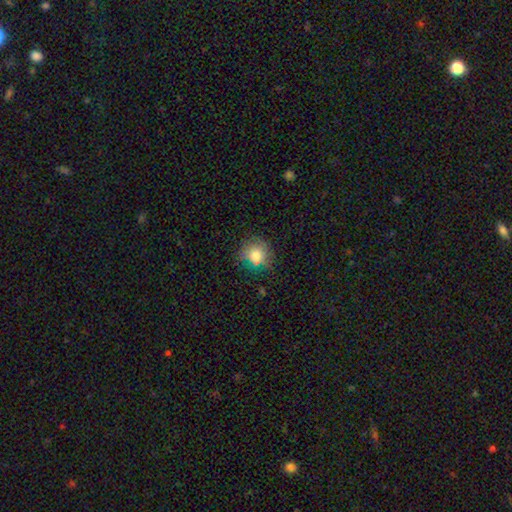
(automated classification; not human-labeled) Smooth or featured? Predicted: smooth (p=0.78). How rounded? Predicted: round (p=0.88). Merging? Predicted: none (p=0.73).